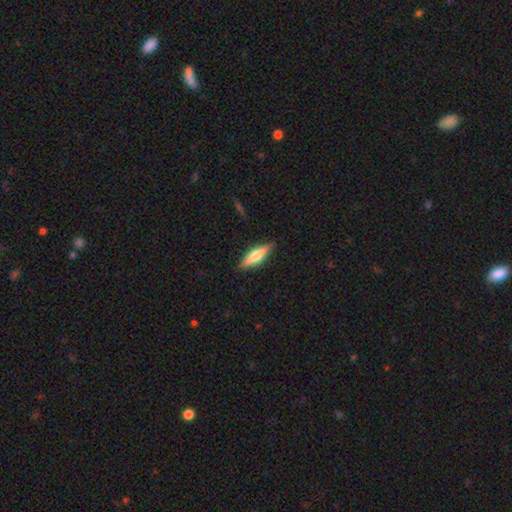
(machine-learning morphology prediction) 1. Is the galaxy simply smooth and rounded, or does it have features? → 55% smooth, 39% featured or disk, 6% star or artifact.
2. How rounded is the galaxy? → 62% cigar-shaped, 36% in between, 2% round.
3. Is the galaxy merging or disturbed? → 88% none, 9% minor disturbance, 2% major disturbance, 1% merger.